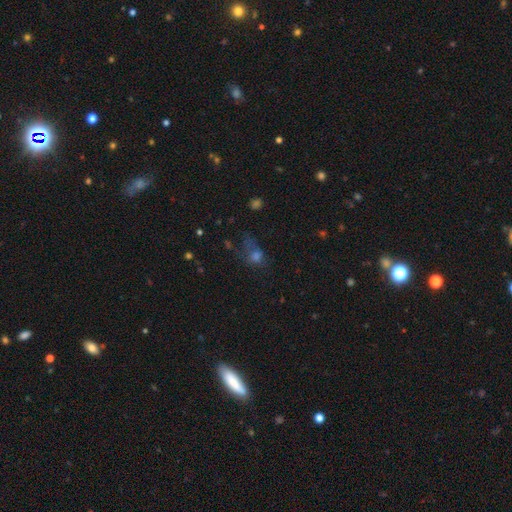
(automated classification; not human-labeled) smooth 50%, star or artifact 31%, featured or disk 19%. Down the decision tree: merging — none (39%).